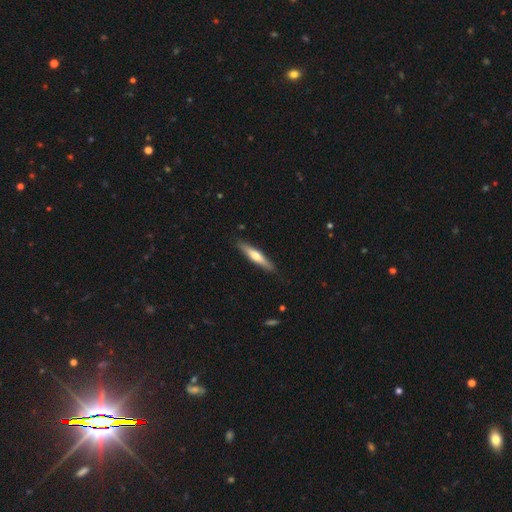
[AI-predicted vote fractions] smooth_or_featured: smooth (p=0.52) [alt: featured or disk p=0.43]
how_rounded: cigar-shaped (p=0.86) [alt: in between p=0.13]
merging: none (p=0.88) [alt: minor disturbance p=0.09]